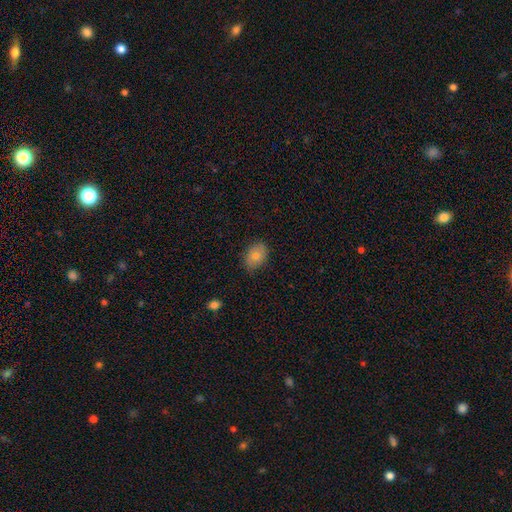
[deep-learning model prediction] smooth 80%, featured or disk 12%, star or artifact 8%. Down the decision tree: how rounded — in between (76%); merging — none (81%).